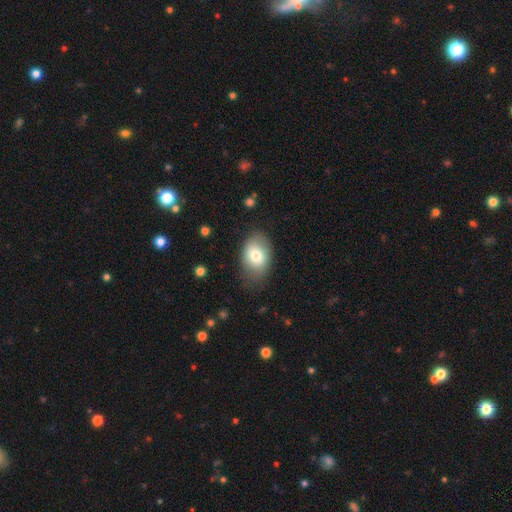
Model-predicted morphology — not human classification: This appears to be a smooth galaxy with no disk features (76%) that is in between round and cigar-shaped (82%). Merging: none (73%).